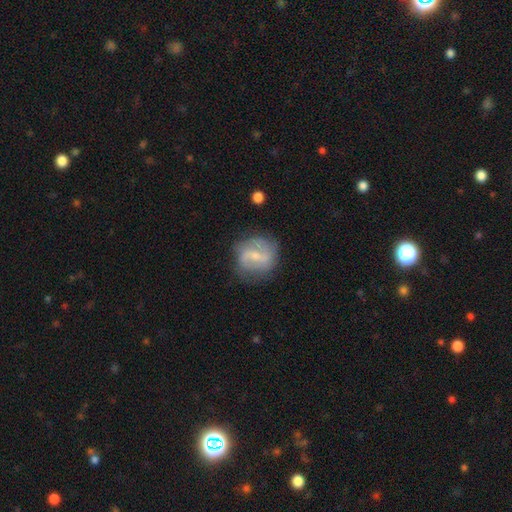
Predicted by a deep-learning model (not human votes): Q: Smooth or featured?
A: featured or disk (68%); runner-up: smooth (26%)
Q: Edge-on disk?
A: no (97%); runner-up: yes (3%)
Q: Bar?
A: weak (53%); runner-up: strong (26%)
Q: Spiral arms?
A: yes (83%); runner-up: no (17%)
Q: Spiral winding?
A: medium (43%); runner-up: loose (38%)
Q: Spiral arm count?
A: 2 (76%); runner-up: can't tell (13%)
Q: Bulge size?
A: small (58%); runner-up: moderate (31%)
Q: Merging?
A: none (70%); runner-up: minor disturbance (20%)